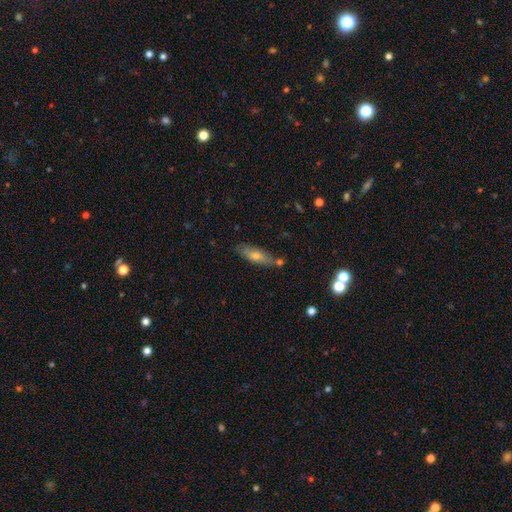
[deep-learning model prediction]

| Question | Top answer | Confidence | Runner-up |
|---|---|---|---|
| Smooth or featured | smooth | 54% | featured or disk (38%) |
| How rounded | cigar-shaped | 58% | in between (39%) |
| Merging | none | 73% | minor disturbance (17%) |